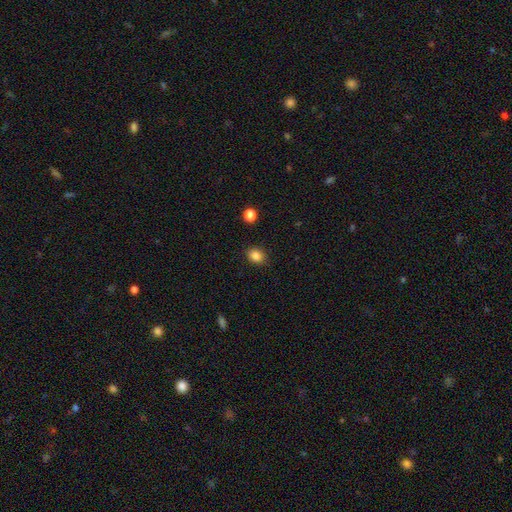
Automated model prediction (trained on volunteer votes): Smooth or featured?
  - smooth: 85% *
  - star or artifact: 11%
  - featured or disk: 5%
How rounded?
  - round: 53% *
  - in between: 46%
  - cigar-shaped: 1%
Merging?
  - none: 86% *
  - minor disturbance: 10%
  - major disturbance: 2%
  - merger: 1%